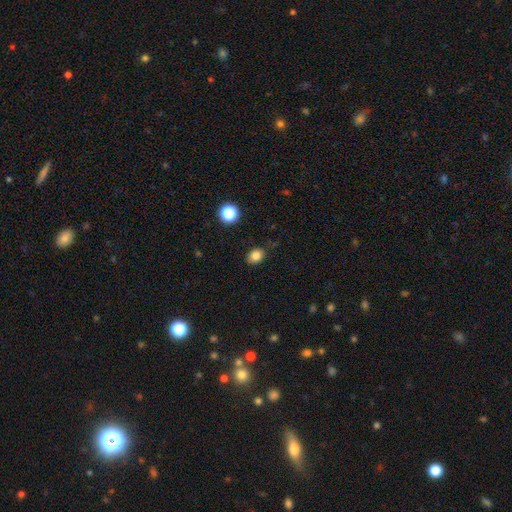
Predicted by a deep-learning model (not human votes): A smooth galaxy with no disk features (82%) that is in between round and cigar-shaped (55%). Merging: none (84%).